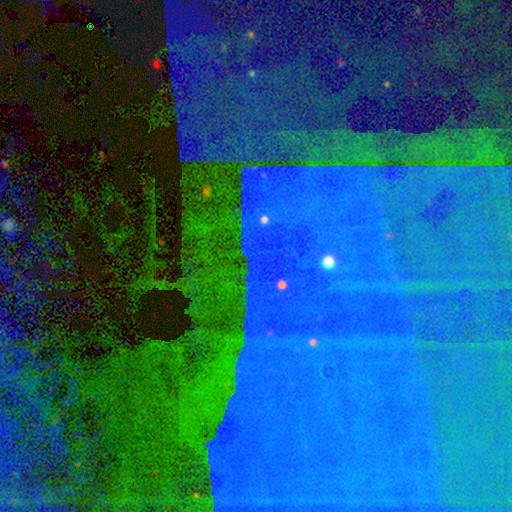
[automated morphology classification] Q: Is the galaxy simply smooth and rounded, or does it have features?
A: star or artifact — 84%.